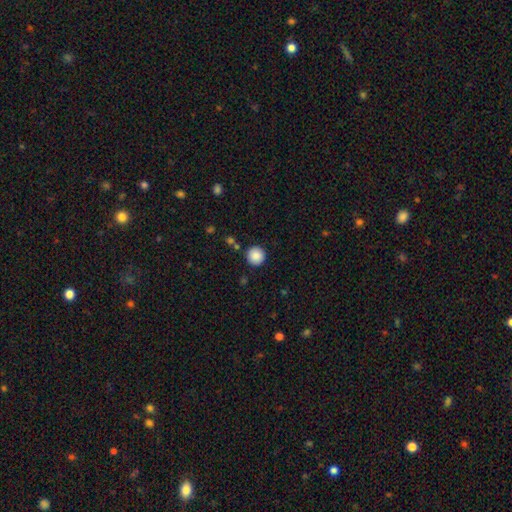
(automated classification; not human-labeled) Morphology: type=smooth (88%); roundness=round (95%); merging=none (90%).